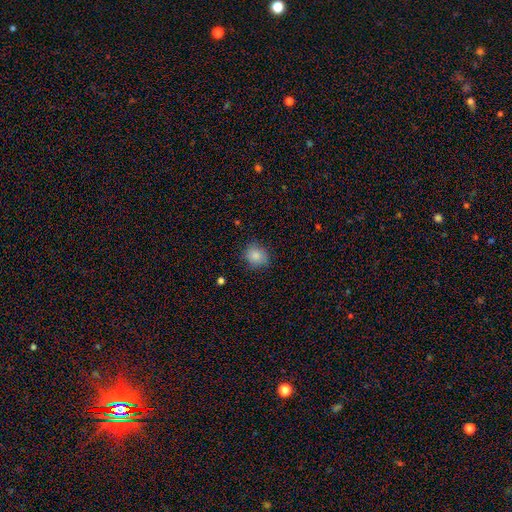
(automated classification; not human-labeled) smooth 85%, star or artifact 9%, featured or disk 6%. Down the decision tree: how rounded — round (75%); merging — none (81%).